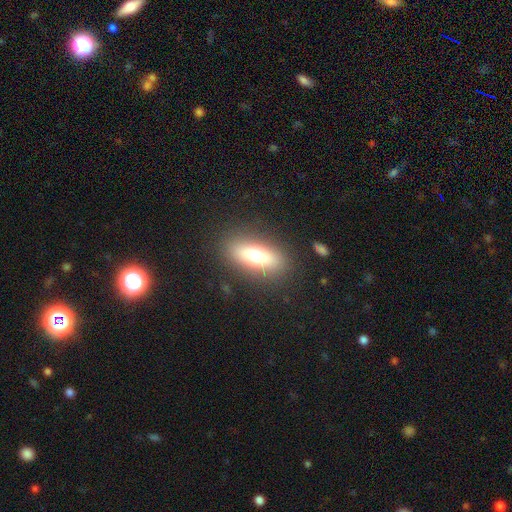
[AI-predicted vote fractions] This appears to be a smooth galaxy with no disk features (65%) that is in between round and cigar-shaped (67%). Merging: none (86%).